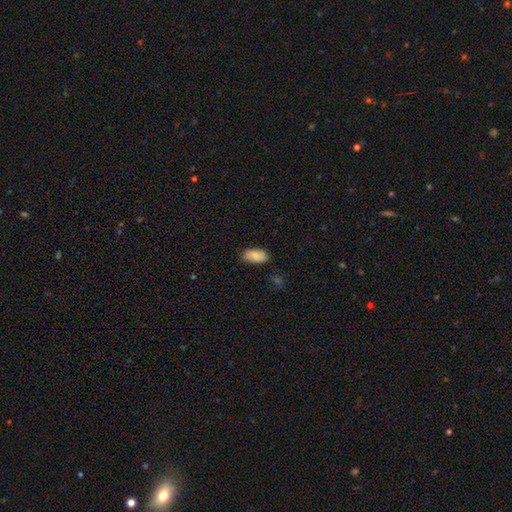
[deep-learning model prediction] This is clearly a smooth galaxy (85%). How rounded: clearly in between (93%). Merging: likely none (76%).